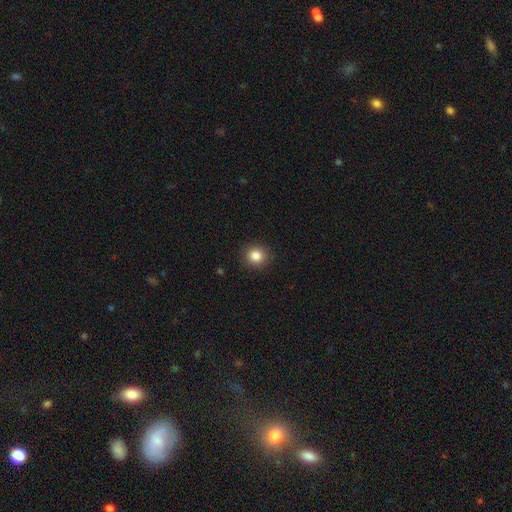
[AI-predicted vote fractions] The model was most divided on "smooth or featured": smooth: 84%, star or artifact: 11%, featured or disk: 5%. More confident: how rounded — round (92%); merging — none (91%).